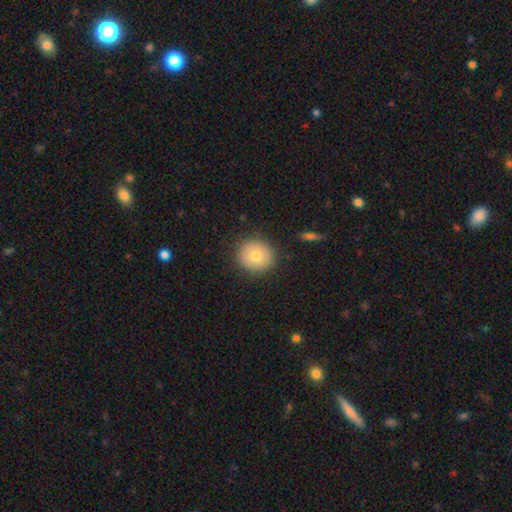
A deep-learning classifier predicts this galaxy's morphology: smooth 75%, featured or disk 16%, star or artifact 8%. Down the decision tree: how rounded — round (89%); merging — none (87%).